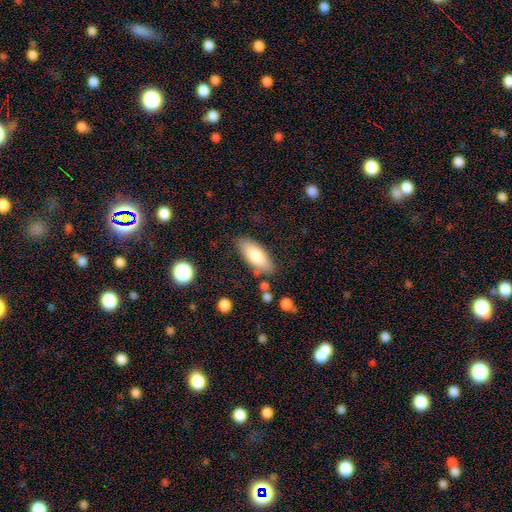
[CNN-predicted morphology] smooth_or_featured: smooth (p=0.82) [alt: featured or disk p=0.12]
how_rounded: in between (p=0.78) [alt: cigar-shaped p=0.20]
merging: none (p=0.78) [alt: minor disturbance p=0.15]